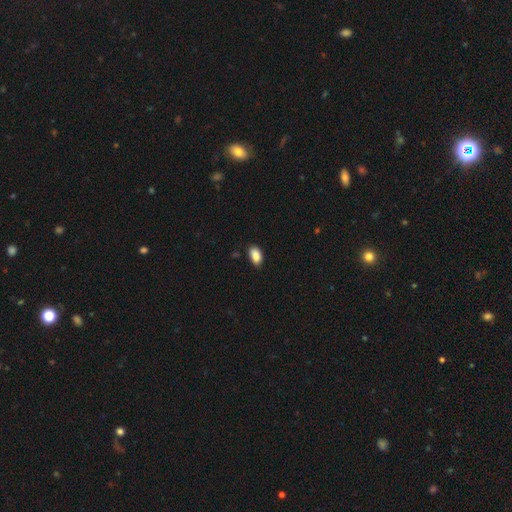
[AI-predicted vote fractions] This is clearly a smooth galaxy (88%). How rounded: clearly in between (92%). Merging: clearly none (81%).